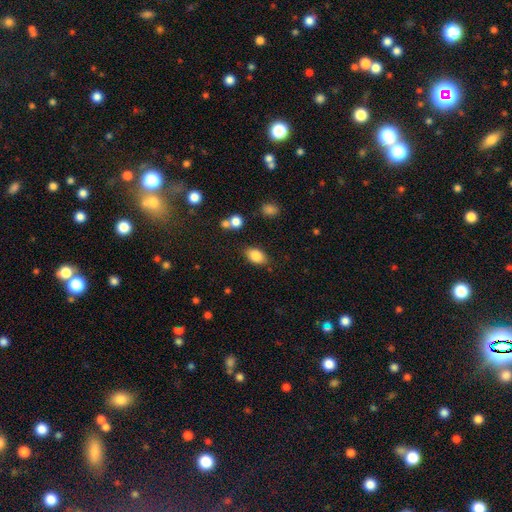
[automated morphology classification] A smooth galaxy with no disk features (85%) that is in between round and cigar-shaped (88%). Merging: none (80%).